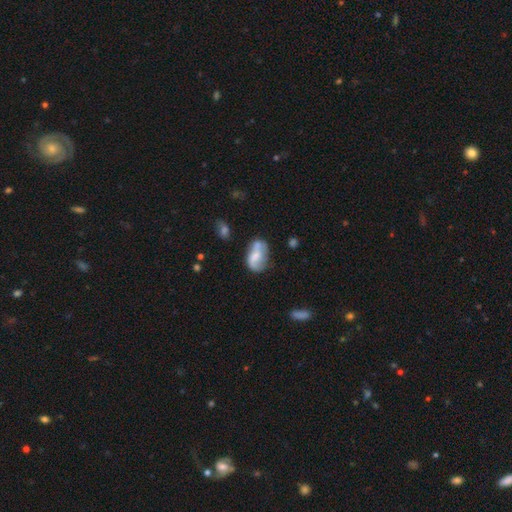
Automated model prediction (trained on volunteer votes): This appears to be a featured or disk galaxy (49%). Merging: none (46%).